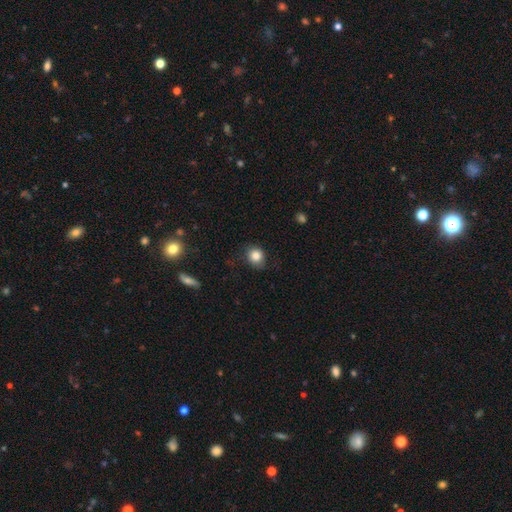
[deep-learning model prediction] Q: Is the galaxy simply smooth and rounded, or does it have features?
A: smooth — 84%.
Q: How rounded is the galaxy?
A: round — 75%.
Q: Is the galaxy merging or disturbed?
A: none — 77%.